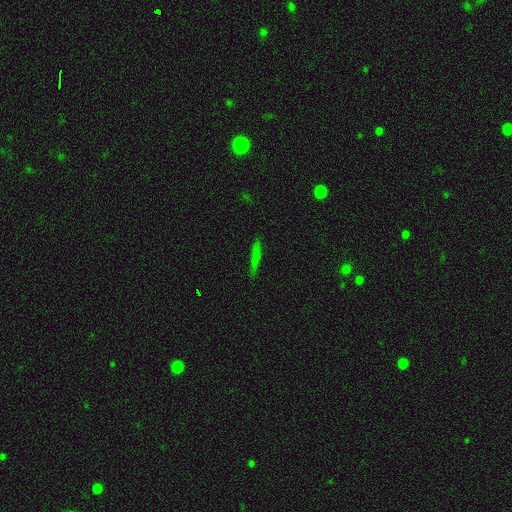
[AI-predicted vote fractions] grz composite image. It shows a smooth galaxy with no disk features (61%) that is cigar-shaped (92%). Merging: none (86%).